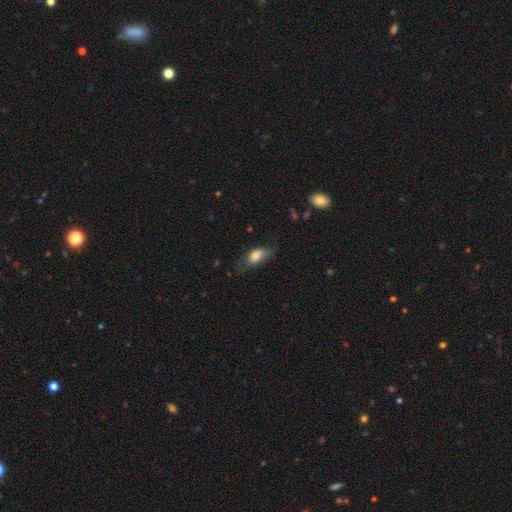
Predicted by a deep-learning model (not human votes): Morphology: type=smooth (75%); roundness=in between (85%); merging=none (45%).